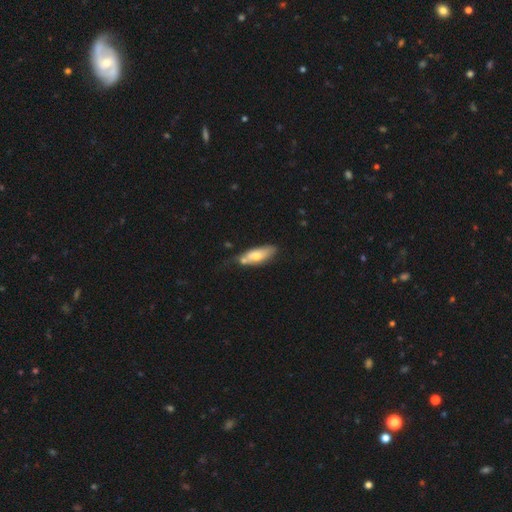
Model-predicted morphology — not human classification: Smooth or featured?
  - smooth: 65% *
  - featured or disk: 29%
  - star or artifact: 6%
How rounded?
  - in between: 63% *
  - cigar-shaped: 35%
  - round: 2%
Merging?
  - none: 49% *
  - minor disturbance: 27%
  - merger: 17%
  - major disturbance: 7%